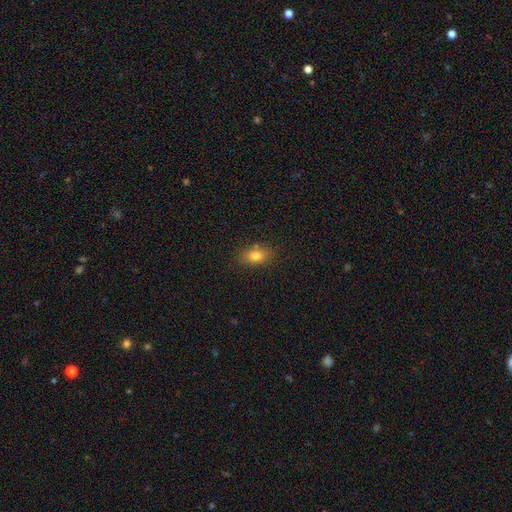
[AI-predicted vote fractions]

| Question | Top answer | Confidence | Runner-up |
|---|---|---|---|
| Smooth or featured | smooth | 81% | star or artifact (12%) |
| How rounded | in between | 81% | round (16%) |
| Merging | none | 81% | minor disturbance (12%) |